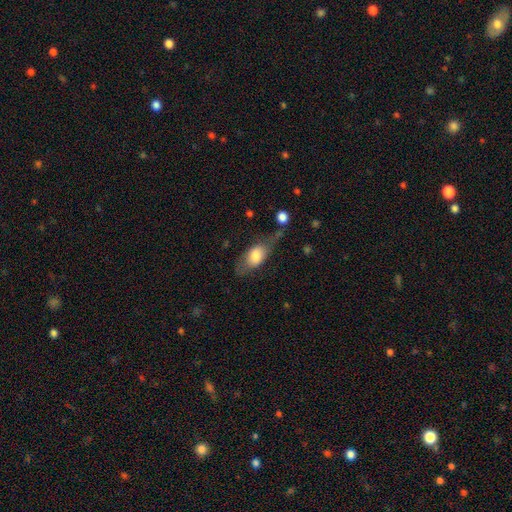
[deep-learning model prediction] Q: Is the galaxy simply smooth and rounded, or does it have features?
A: smooth — 70%.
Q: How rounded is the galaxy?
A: in between — 84%.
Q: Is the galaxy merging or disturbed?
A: none — 42%.